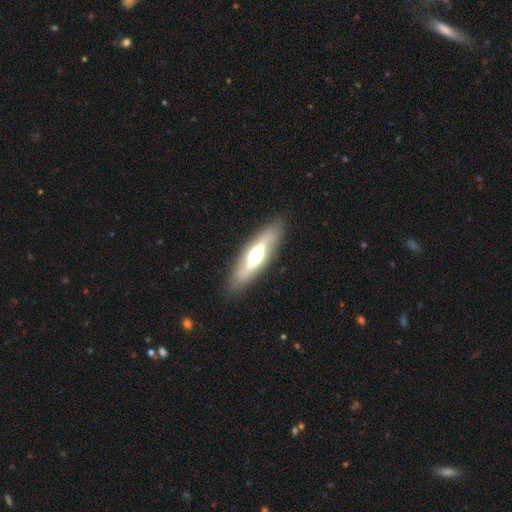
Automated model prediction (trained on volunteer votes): Overall: featured or disk (52%; smooth 41%). Edge-on disk: yes (68%; no 32%). Merging: none (87%).